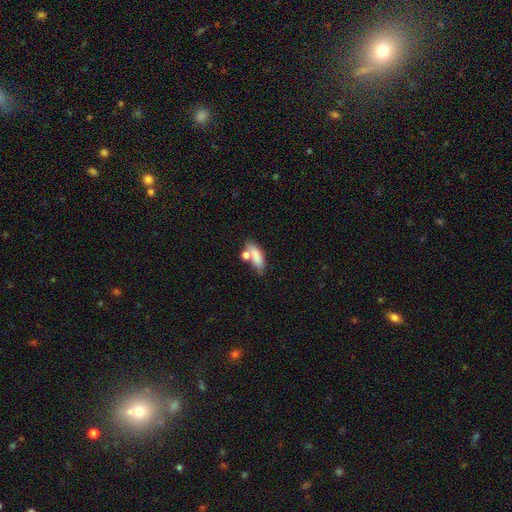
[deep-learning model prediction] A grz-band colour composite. It shows a smooth galaxy with no disk features (79%) that is in between round and cigar-shaped (72%). Merging: none (43%).